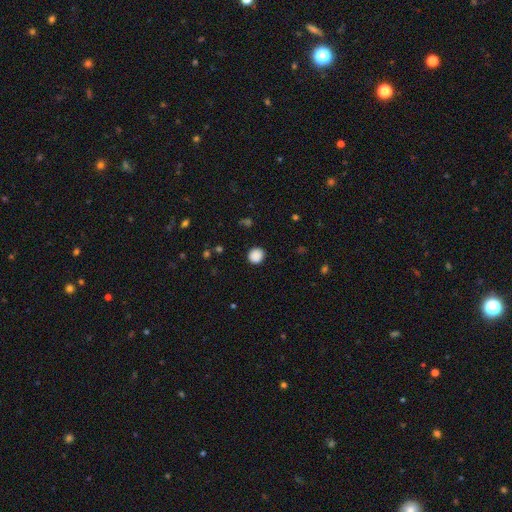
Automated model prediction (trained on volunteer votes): The model was most divided on "how rounded": round: 84%, in between: 15%, cigar-shaped: 1%. More confident: merging — none (88%); smooth or featured — smooth (88%).